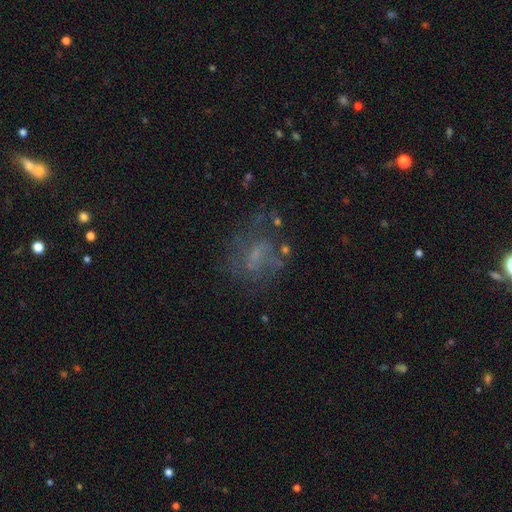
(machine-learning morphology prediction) Q: Smooth or featured?
A: featured or disk (53%); runner-up: smooth (28%)
Q: Edge-on disk?
A: no (96%); runner-up: yes (4%)
Q: Bar?
A: no (51%); runner-up: weak (39%)
Q: Spiral arms?
A: yes (53%); runner-up: no (47%)
Q: Bulge size?
A: none (42%); runner-up: small (38%)
Q: Merging?
A: none (53%); runner-up: major disturbance (23%)